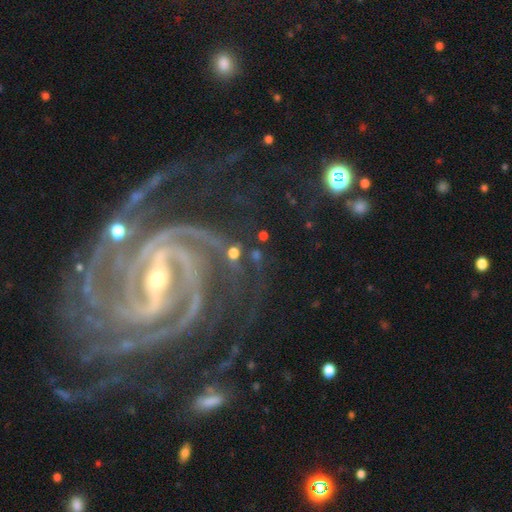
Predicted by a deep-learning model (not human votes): A featured or disk galaxy (73%) with a strong bar (43%), 2 (33%) tight (51%) spiral arms (93%) and a small central bulge (60%). Merging: none (66%).